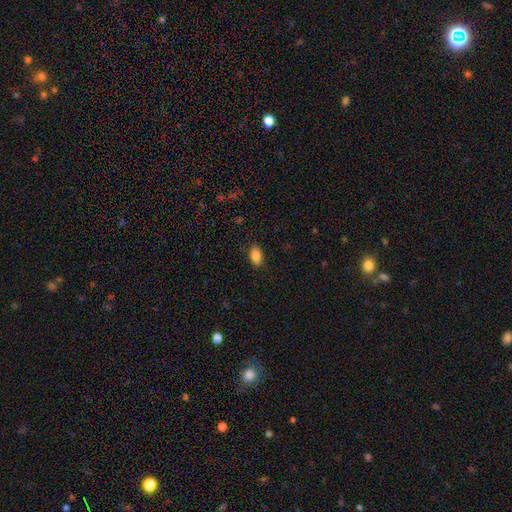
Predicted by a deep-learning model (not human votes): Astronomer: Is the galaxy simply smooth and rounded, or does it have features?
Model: smooth — 88%.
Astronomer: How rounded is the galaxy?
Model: in between — 91%.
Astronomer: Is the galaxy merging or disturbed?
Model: none — 87%.